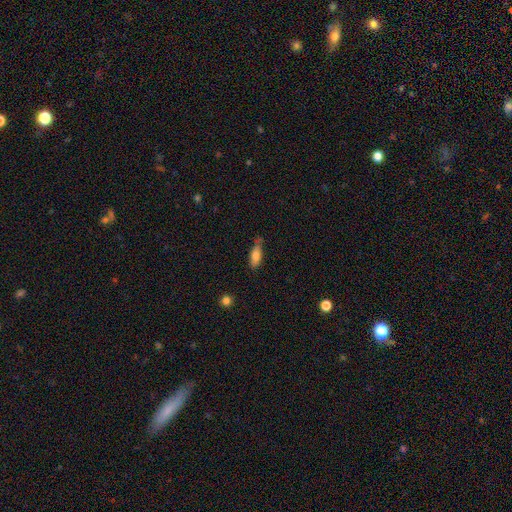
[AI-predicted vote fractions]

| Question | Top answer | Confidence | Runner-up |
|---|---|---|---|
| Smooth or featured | smooth | 79% | featured or disk (14%) |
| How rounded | in between | 63% | cigar-shaped (34%) |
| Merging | none | 56% | minor disturbance (31%) |